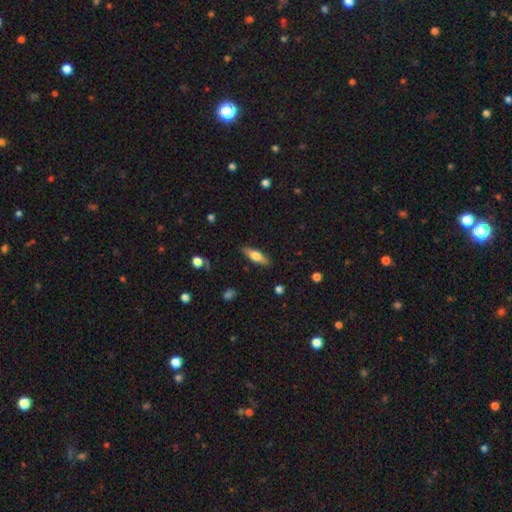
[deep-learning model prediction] A smooth galaxy with no disk features (53%) that is cigar-shaped (55%).

Vote fractions:
- Smooth or featured? smooth: 53% / featured or disk: 41% / star or artifact: 6%
- How rounded? cigar-shaped: 55% / in between: 42% / round: 3%
- Merging? none: 87% / minor disturbance: 9% / major disturbance: 2% / merger: 1%